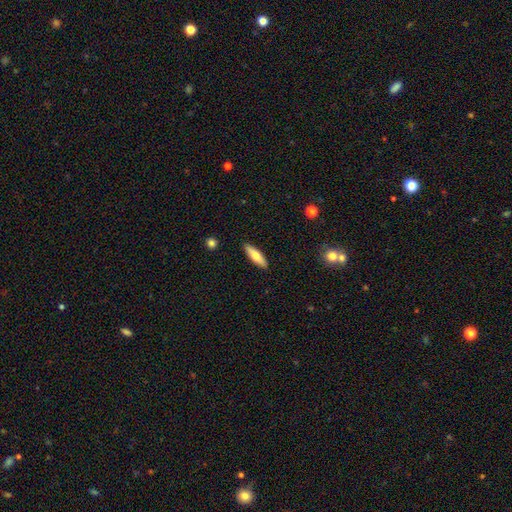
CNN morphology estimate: smooth-or-featured: smooth: 67% | featured or disk: 27% | star or artifact: 6%
  how-rounded: cigar-shaped: 59% | in between: 39% | round: 2%
  merging: none: 90% | minor disturbance: 7% | major disturbance: 2% | merger: 1%